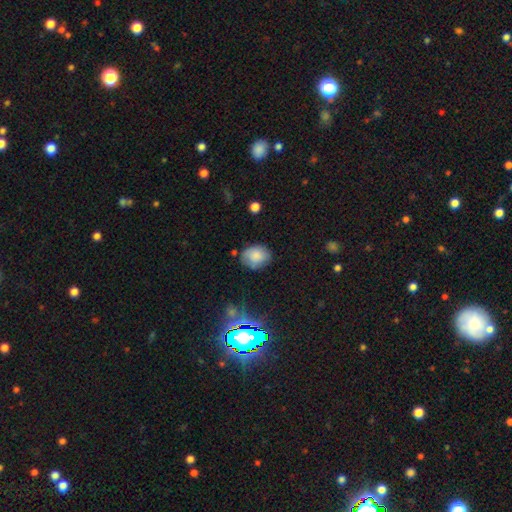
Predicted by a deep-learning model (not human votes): smooth-or-featured: smooth: 79% | star or artifact: 11% | featured or disk: 10%
  how-rounded: round: 50% | in between: 49% | cigar-shaped: 1%
  merging: none: 70% | minor disturbance: 21% | major disturbance: 5% | merger: 3%